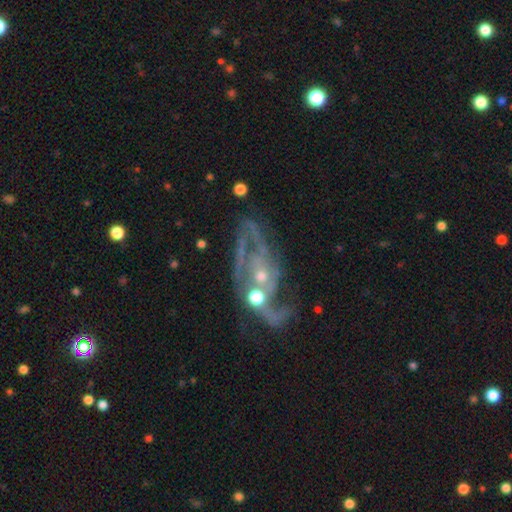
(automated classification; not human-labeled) Smooth or featured?
  - featured or disk: 84% *
  - star or artifact: 9%
  - smooth: 7%
Edge-on disk?
  - no: 95% *
  - yes: 5%
Bar?
  - no: 63% *
  - weak: 28%
  - strong: 9%
Spiral arms?
  - yes: 92% *
  - no: 8%
Spiral winding?
  - medium: 46% *
  - tight: 28%
  - loose: 26%
Spiral arm count?
  - 2: 45% *
  - 3: 19%
  - can't tell: 18%
  - 1: 7%
  - 4: 6%
  - more than 4: 5%
Bulge size?
  - small: 65% *
  - moderate: 26%
  - none: 6%
  - large: 2%
  - dominant: 1%
Merging?
  - none: 40% *
  - merger: 24%
  - major disturbance: 19%
  - minor disturbance: 16%